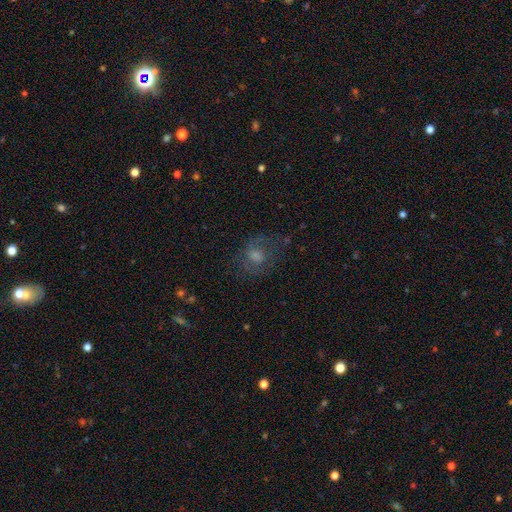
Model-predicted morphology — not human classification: This appears to be a smooth galaxy with no disk features (41%). Merging: none (64%).